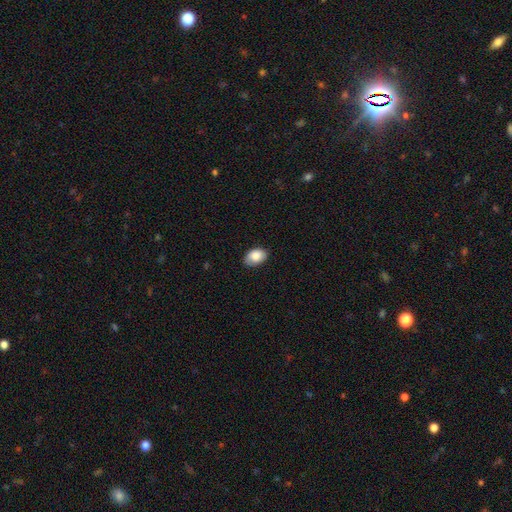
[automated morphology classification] The model was most divided on "merging": none: 81%, minor disturbance: 16%, major disturbance: 2%, merger: 1%. More confident: how rounded — in between (88%); smooth or featured — smooth (85%).